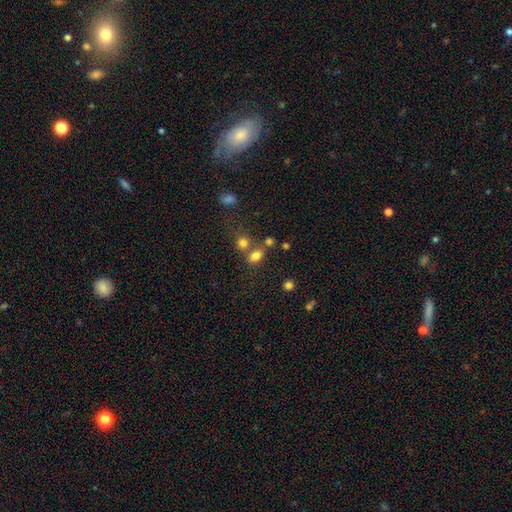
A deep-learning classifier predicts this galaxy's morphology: smooth-or-featured: smooth: 79% | star or artifact: 14% | featured or disk: 8%
  how-rounded: in between: 74% | round: 24% | cigar-shaped: 2%
  merging: none: 54% | merger: 29% | minor disturbance: 12% | major disturbance: 5%